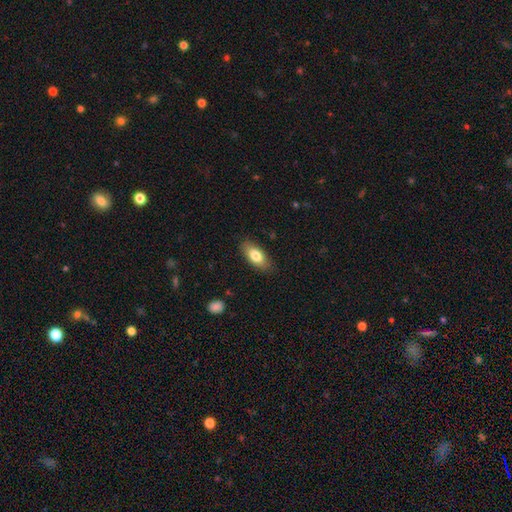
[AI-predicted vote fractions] The model was most divided on "smooth or featured": smooth: 78%, featured or disk: 15%, star or artifact: 6%. More confident: how rounded — in between (87%); merging — none (85%).